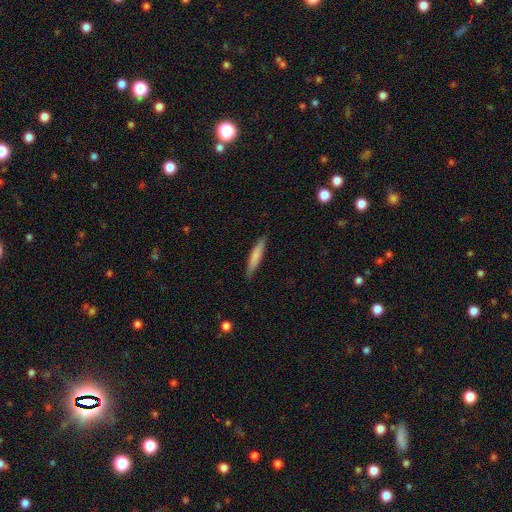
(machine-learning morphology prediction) Q: Smooth or featured?
A: smooth (76%); runner-up: featured or disk (19%)
Q: How rounded?
A: cigar-shaped (89%); runner-up: in between (10%)
Q: Merging?
A: none (87%); runner-up: minor disturbance (10%)